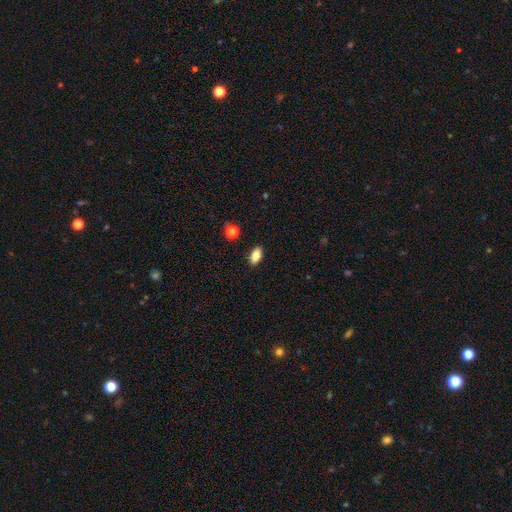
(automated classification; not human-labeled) Smooth or featured?
  - smooth: 82% *
  - featured or disk: 10%
  - star or artifact: 9%
How rounded?
  - in between: 88% *
  - cigar-shaped: 6%
  - round: 6%
Merging?
  - none: 89% *
  - minor disturbance: 8%
  - major disturbance: 2%
  - merger: 2%